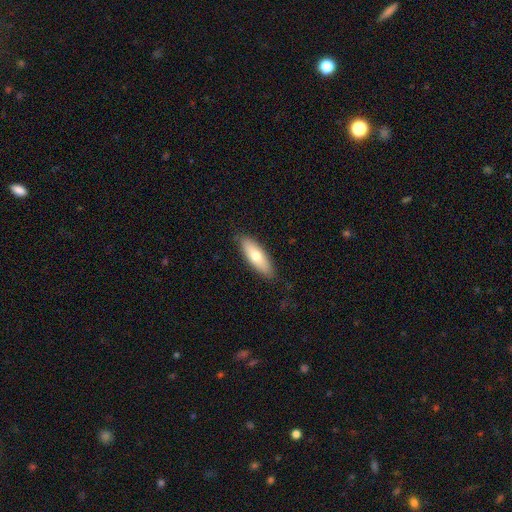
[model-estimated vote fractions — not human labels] This is likely a smooth galaxy (71%). How rounded: possibly in between (59%). Merging: clearly none (86%).